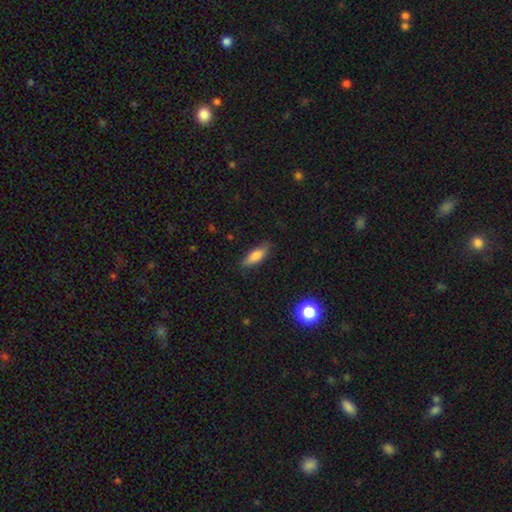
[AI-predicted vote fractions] smooth-or-featured: smooth: 74% | featured or disk: 18% | star or artifact: 8%
  how-rounded: in between: 50% | cigar-shaped: 47% | round: 2%
  merging: none: 81% | minor disturbance: 14% | major disturbance: 3% | merger: 1%